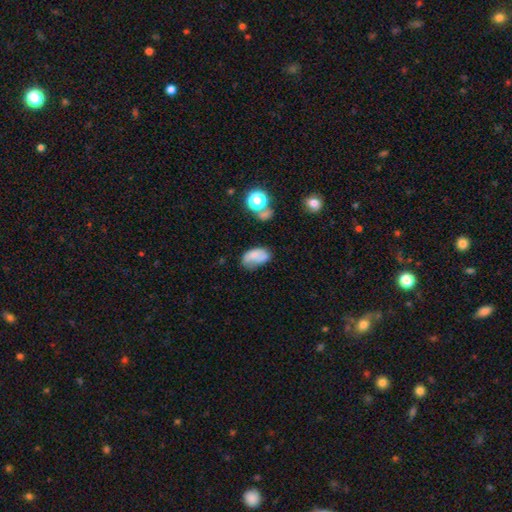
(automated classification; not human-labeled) Smooth or featured? Predicted: smooth (p=0.68). How rounded? Predicted: in between (p=0.91). Merging? Predicted: none (p=0.46).